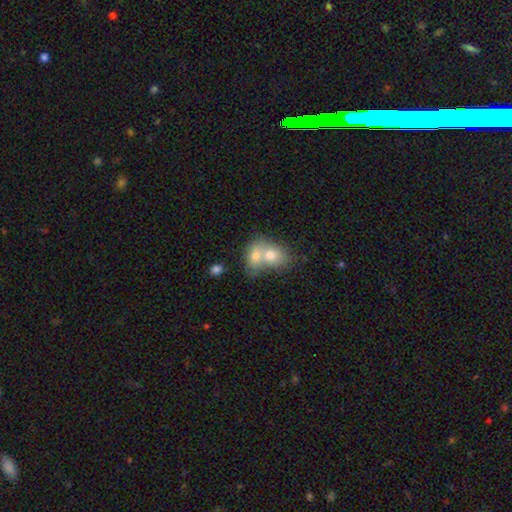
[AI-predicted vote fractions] smooth 72%, featured or disk 19%, star or artifact 8%. Down the decision tree: how rounded — in between (63%); merging — merger (75%).